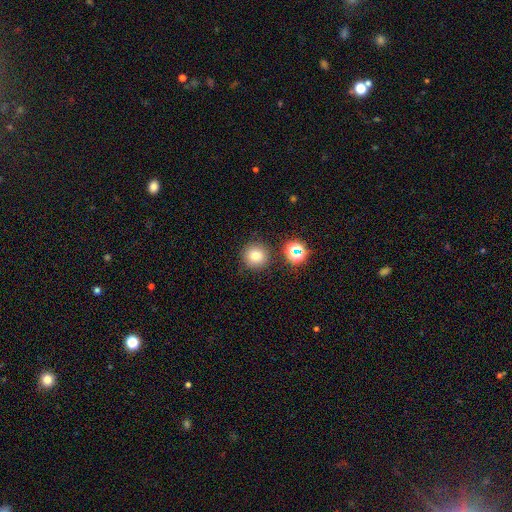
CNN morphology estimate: smooth-or-featured: smooth: 76% | star or artifact: 16% | featured or disk: 8%
  how-rounded: round: 94% | in between: 5% | cigar-shaped: 1%
  merging: none: 85% | minor disturbance: 7% | merger: 5% | major disturbance: 3%